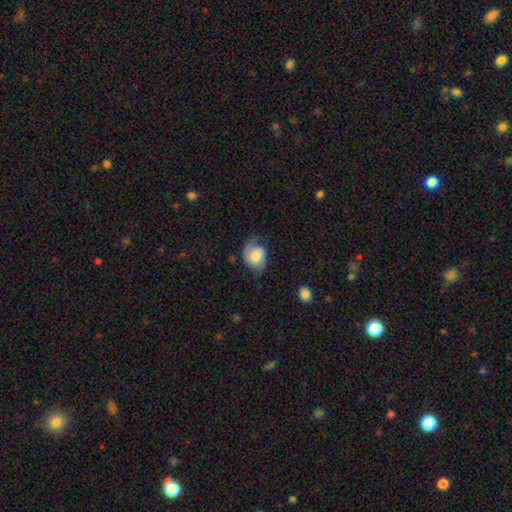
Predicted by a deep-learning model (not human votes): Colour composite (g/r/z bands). It shows a smooth galaxy with no disk features (57%) that is in between round and cigar-shaped (61%). Merging: none (50%).